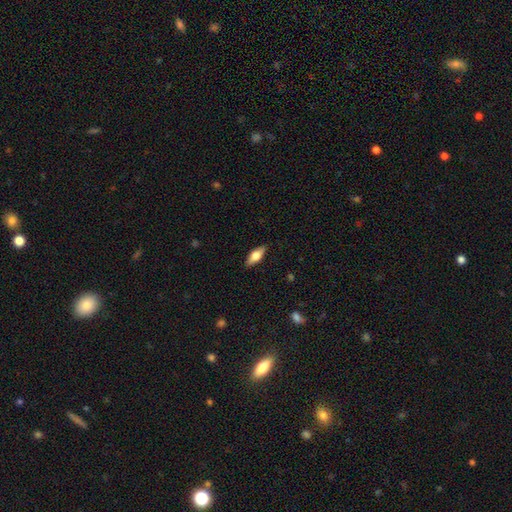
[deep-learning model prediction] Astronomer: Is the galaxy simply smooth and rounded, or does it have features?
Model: smooth — 59%.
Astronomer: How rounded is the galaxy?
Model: in between — 67%.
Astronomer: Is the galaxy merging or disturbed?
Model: none — 88%.